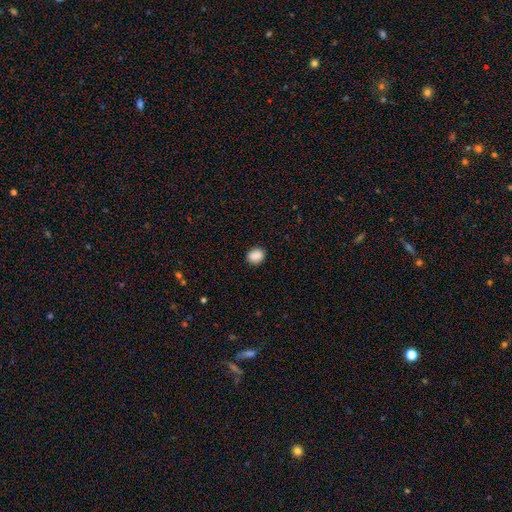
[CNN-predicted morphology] A smooth galaxy with no disk features (89%) that is round (58%). Merging: none (88%).